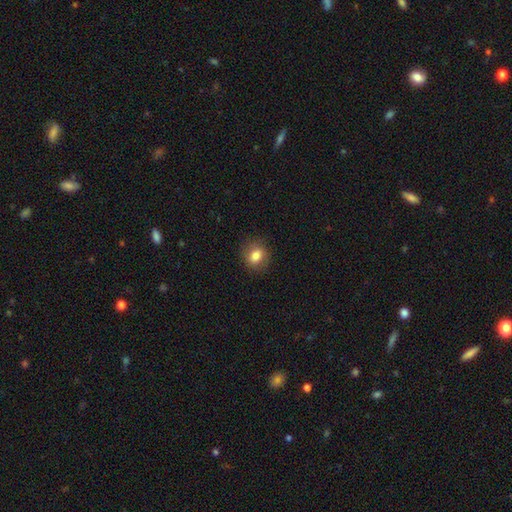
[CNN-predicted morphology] Q: Smooth or featured?
A: smooth (82%); runner-up: star or artifact (10%)
Q: How rounded?
A: round (60%); runner-up: in between (39%)
Q: Merging?
A: none (86%); runner-up: minor disturbance (10%)